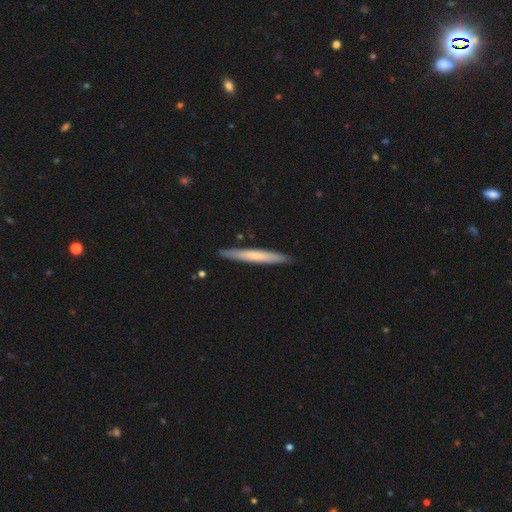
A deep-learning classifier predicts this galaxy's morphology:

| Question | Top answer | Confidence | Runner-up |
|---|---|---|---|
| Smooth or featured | smooth | 60% | featured or disk (35%) |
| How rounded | cigar-shaped | 96% | in between (3%) |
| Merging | none | 90% | minor disturbance (8%) |